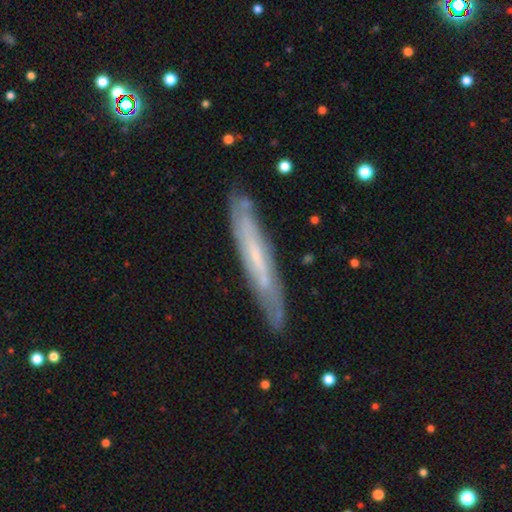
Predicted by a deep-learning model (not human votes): Q: Smooth or featured?
A: featured or disk (64%); runner-up: smooth (30%)
Q: Edge-on disk?
A: yes (68%); runner-up: no (32%)
Q: Merging?
A: none (82%); runner-up: minor disturbance (13%)